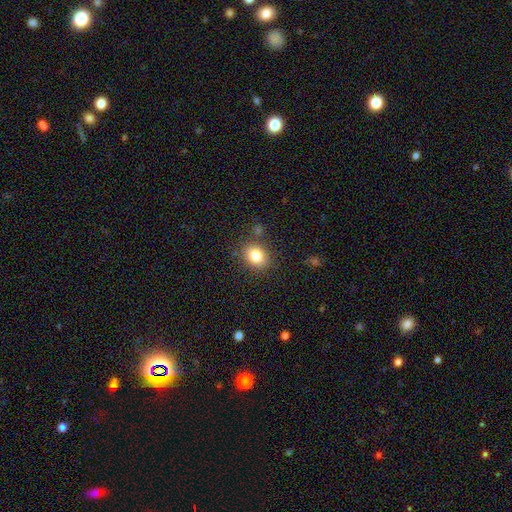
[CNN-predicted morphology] Q: Smooth or featured?
A: smooth (82%); runner-up: star or artifact (11%)
Q: How rounded?
A: round (50%); runner-up: in between (49%)
Q: Merging?
A: none (82%); runner-up: minor disturbance (11%)